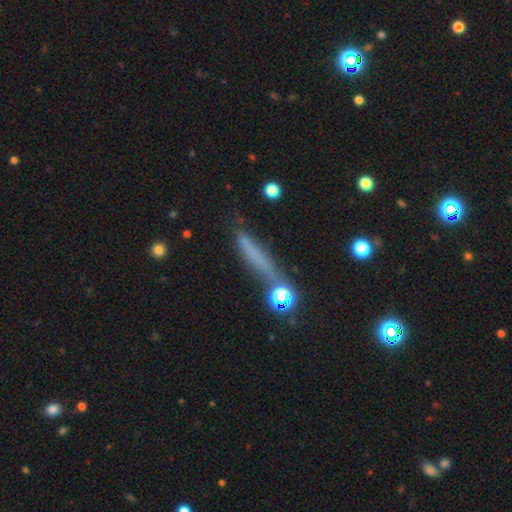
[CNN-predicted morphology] Overall: smooth (54%; featured or disk 31%). How rounded: cigar-shaped (85%). Merging: none (61%).